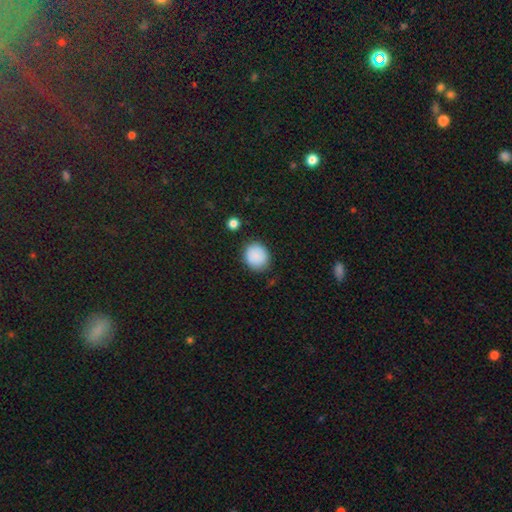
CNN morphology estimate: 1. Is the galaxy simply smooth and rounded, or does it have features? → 88% smooth, 8% star or artifact, 4% featured or disk.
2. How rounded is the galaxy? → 81% round, 18% in between, 1% cigar-shaped.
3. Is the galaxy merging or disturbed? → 85% none, 11% minor disturbance, 3% major disturbance, 2% merger.